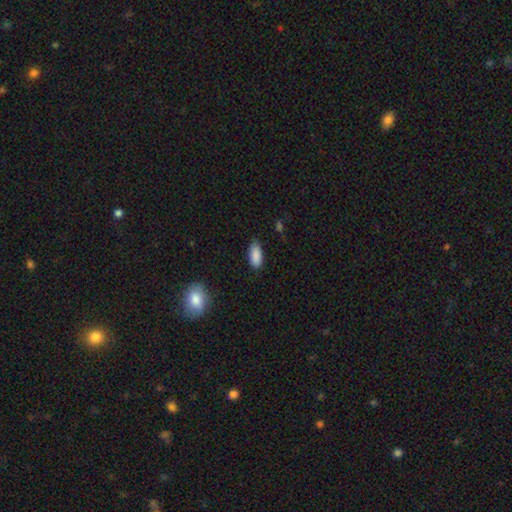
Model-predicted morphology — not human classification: smooth 89%, star or artifact 7%, featured or disk 4%. Down the decision tree: how rounded — in between (87%); merging — none (81%).